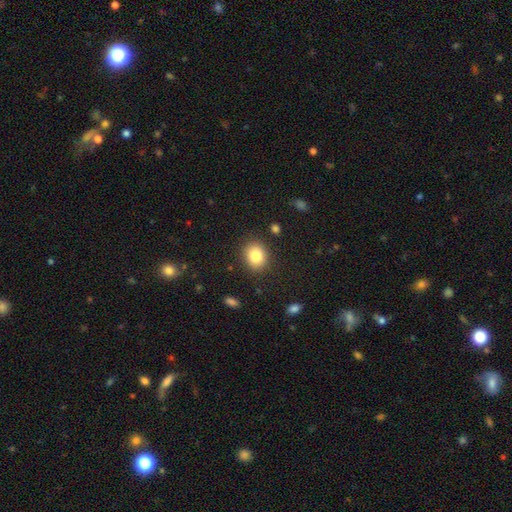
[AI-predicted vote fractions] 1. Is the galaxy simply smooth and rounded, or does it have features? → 84% smooth, 9% star or artifact, 7% featured or disk.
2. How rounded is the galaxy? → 59% round, 40% in between, 1% cigar-shaped.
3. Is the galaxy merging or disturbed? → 87% none, 9% minor disturbance, 3% major disturbance, 2% merger.